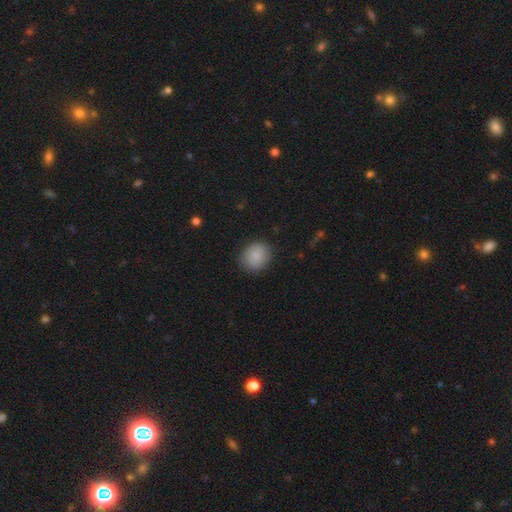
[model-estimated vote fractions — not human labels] smooth 88%, star or artifact 7%, featured or disk 5%. Down the decision tree: how rounded — round (73%); merging — none (87%).